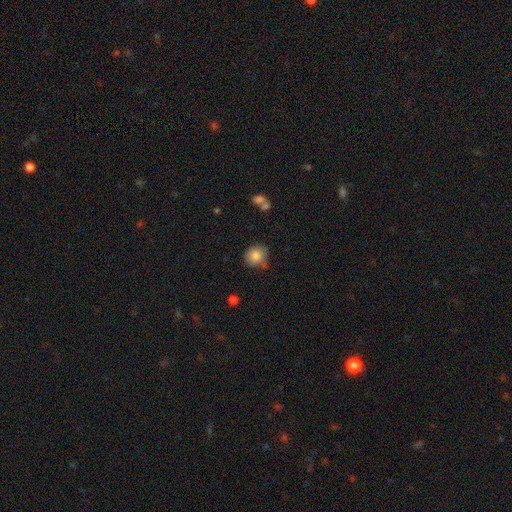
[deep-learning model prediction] This is clearly a smooth galaxy (83%). How rounded: clearly round (84%). Merging: likely none (76%).